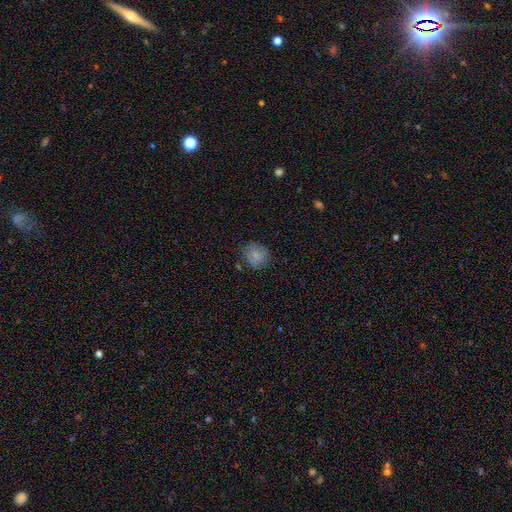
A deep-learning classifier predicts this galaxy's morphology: Q: Smooth or featured?
A: smooth (73%); runner-up: featured or disk (17%)
Q: How rounded?
A: round (73%); runner-up: in between (26%)
Q: Merging?
A: none (71%); runner-up: minor disturbance (21%)